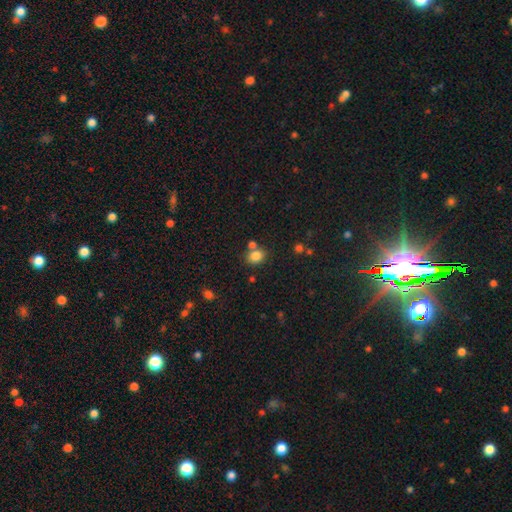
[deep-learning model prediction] Overall: smooth (82%). How rounded: round (52%; in between 47%). Merging: none (64%).